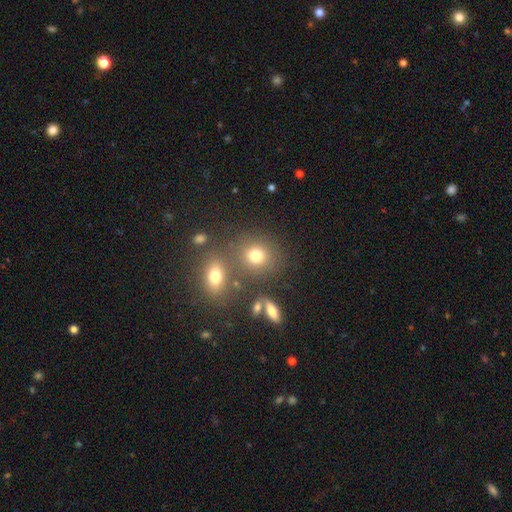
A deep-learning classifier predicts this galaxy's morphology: Smooth or featured?
  - smooth: 74% *
  - star or artifact: 16%
  - featured or disk: 10%
How rounded?
  - round: 77% *
  - in between: 22%
  - cigar-shaped: 1%
Merging?
  - none: 67% *
  - merger: 18%
  - minor disturbance: 10%
  - major disturbance: 5%